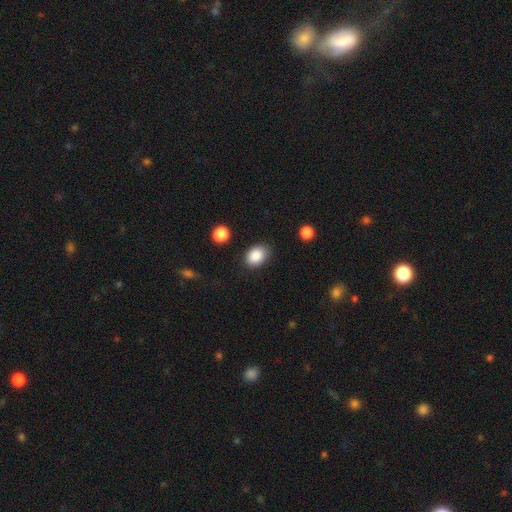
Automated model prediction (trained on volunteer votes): Smooth or featured? smooth (88%)
How rounded? in between (74%)
Merging? none (81%)